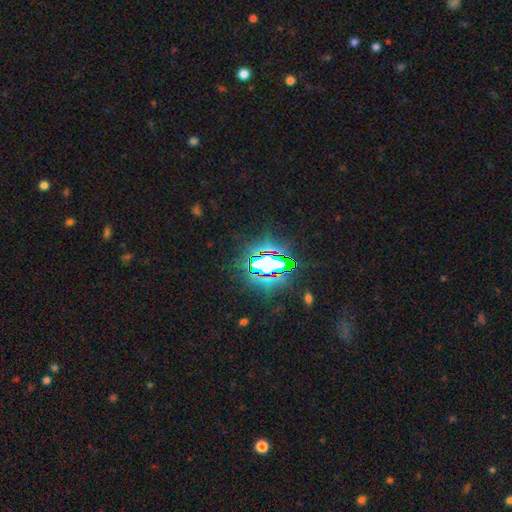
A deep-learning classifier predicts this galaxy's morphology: type=star or artifact (80%).